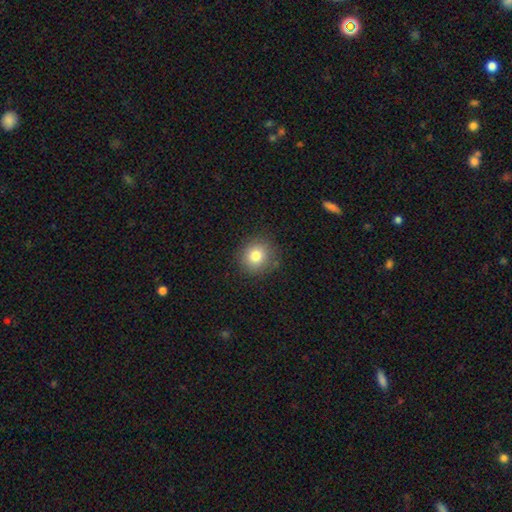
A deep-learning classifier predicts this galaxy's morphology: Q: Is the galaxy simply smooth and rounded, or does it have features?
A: smooth — 80%.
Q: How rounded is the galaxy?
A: round — 89%.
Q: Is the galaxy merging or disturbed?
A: none — 86%.